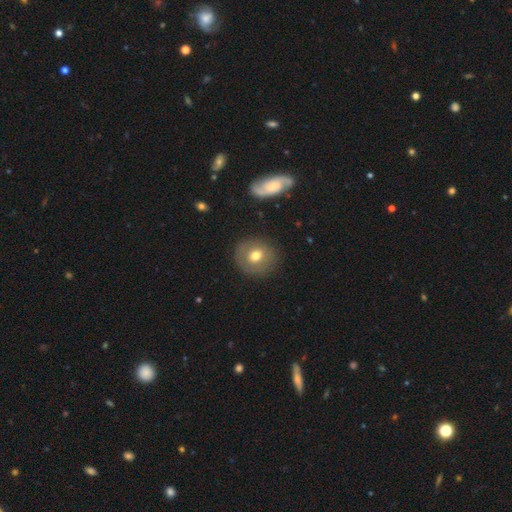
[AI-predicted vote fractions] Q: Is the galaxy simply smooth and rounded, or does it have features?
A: smooth — 63%.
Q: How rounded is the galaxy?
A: round — 85%.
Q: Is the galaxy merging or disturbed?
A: none — 84%.